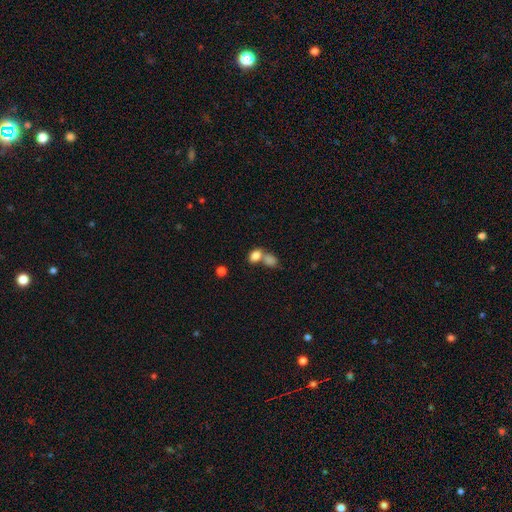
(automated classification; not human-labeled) Smooth or featured: smooth — 83% (star or artifact — 9%)
How rounded: in between — 74% (round — 24%)
Merging: merger — 53% (none — 34%)